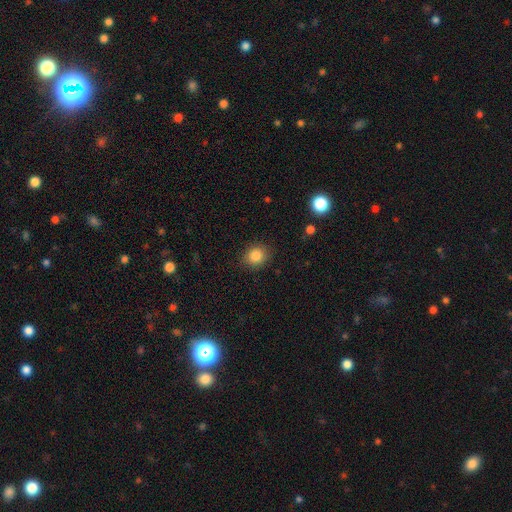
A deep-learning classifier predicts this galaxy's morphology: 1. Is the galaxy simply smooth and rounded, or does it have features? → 84% smooth, 10% star or artifact, 5% featured or disk.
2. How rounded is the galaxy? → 74% round, 25% in between, 1% cigar-shaped.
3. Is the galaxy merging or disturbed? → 88% none, 9% minor disturbance, 3% major disturbance, 1% merger.